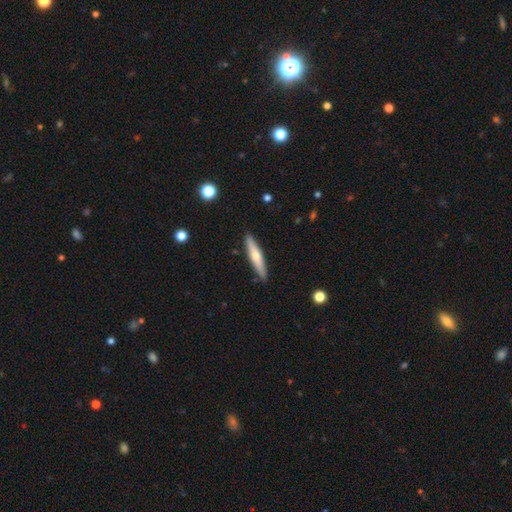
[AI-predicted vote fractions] Overall: smooth (50%; featured or disk 45%). Merging: none (89%).